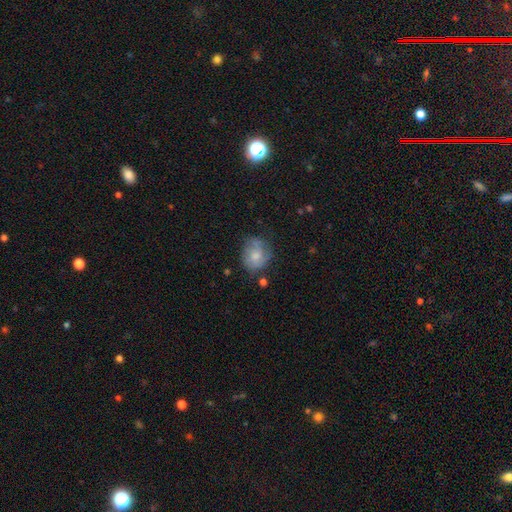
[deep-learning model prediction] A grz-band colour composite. It shows a smooth galaxy with no disk features (57%) that is round (65%). Merging: none (56%).